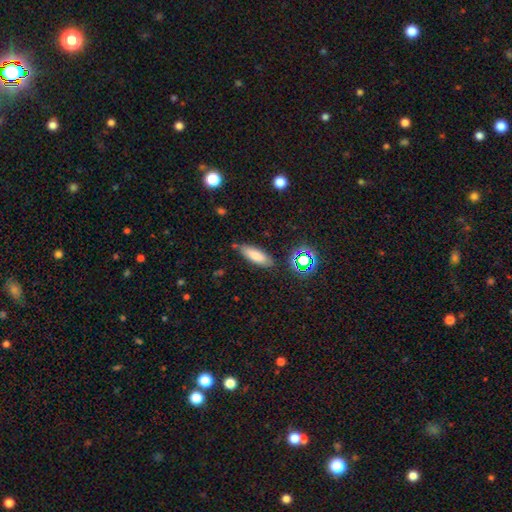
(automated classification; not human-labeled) smooth_or_featured: smooth (p=0.79) [alt: featured or disk p=0.11]
how_rounded: in between (p=0.60) [alt: cigar-shaped p=0.38]
merging: none (p=0.78) [alt: minor disturbance p=0.15]